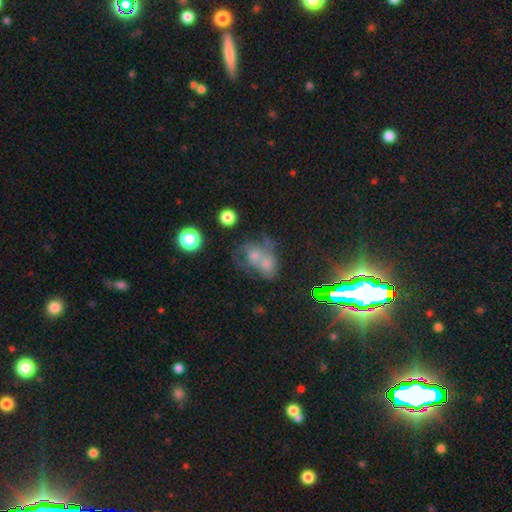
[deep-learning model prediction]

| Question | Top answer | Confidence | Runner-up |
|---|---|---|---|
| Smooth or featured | star or artifact | 38% | smooth (32%) |